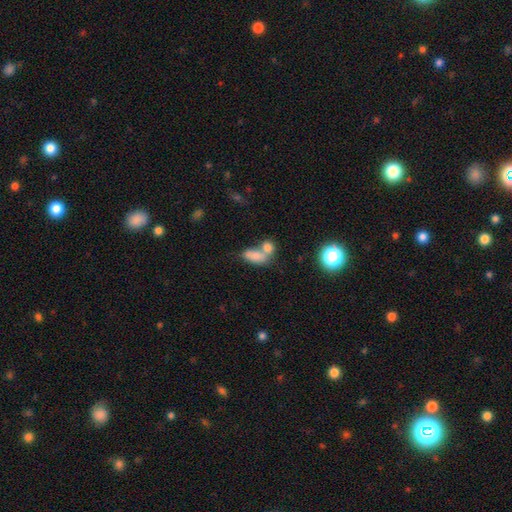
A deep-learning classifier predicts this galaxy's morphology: This appears to be a smooth galaxy with no disk features (75%) that is in between round and cigar-shaped (84%). Merging: merger (60%).